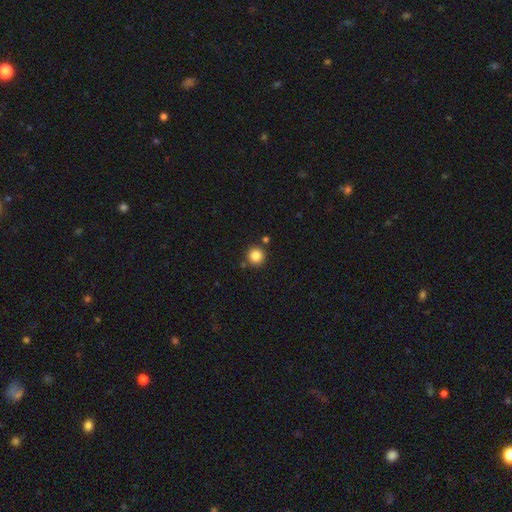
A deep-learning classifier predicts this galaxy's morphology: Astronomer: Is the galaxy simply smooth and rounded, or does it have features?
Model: smooth — 85%.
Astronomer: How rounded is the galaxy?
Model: round — 95%.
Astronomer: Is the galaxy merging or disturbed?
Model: none — 86%.